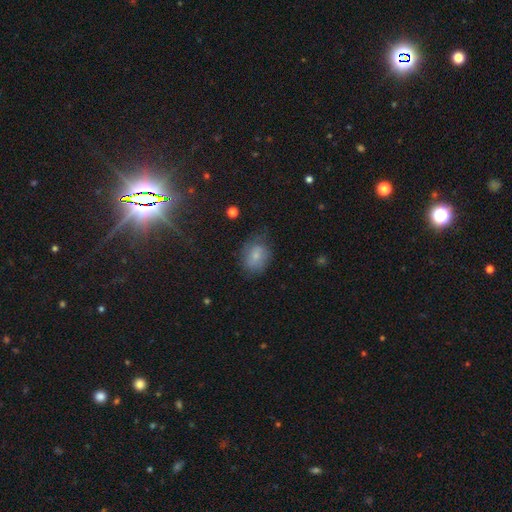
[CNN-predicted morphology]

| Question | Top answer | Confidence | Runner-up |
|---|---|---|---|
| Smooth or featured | smooth | 70% | featured or disk (20%) |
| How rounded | in between | 59% | round (40%) |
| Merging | none | 59% | minor disturbance (27%) |